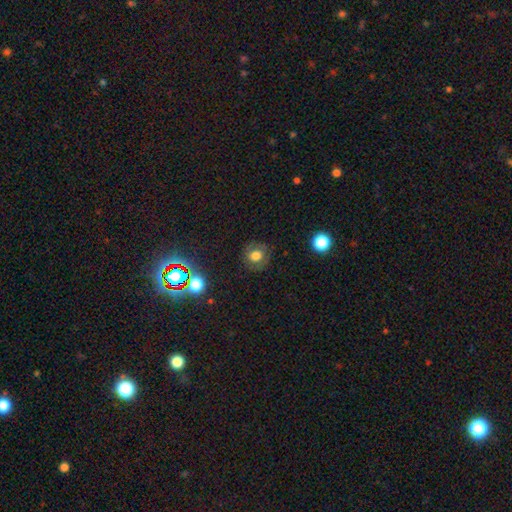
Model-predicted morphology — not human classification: Smooth or featured? Predicted: smooth (p=0.66). How rounded? Predicted: round (p=0.81). Merging? Predicted: none (p=0.83).